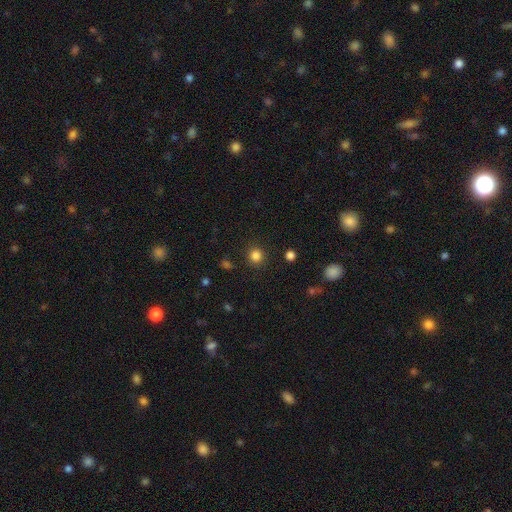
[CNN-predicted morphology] Smooth or featured?
  - smooth: 83% *
  - star or artifact: 13%
  - featured or disk: 4%
How rounded?
  - round: 92% *
  - in between: 7%
  - cigar-shaped: 1%
Merging?
  - none: 90% *
  - minor disturbance: 6%
  - major disturbance: 3%
  - merger: 2%